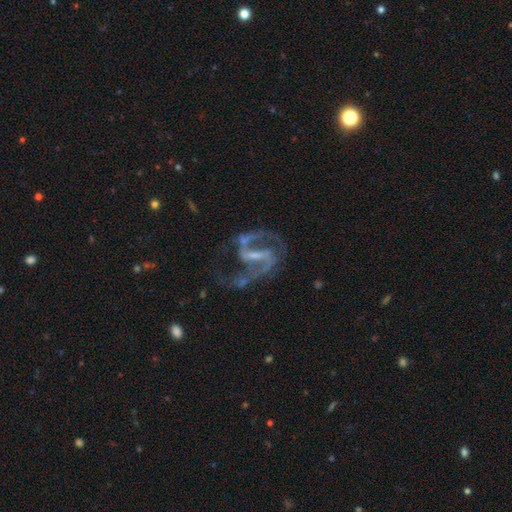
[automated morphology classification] Smooth or featured? Predicted: featured or disk (p=0.91). Edge-on disk? Predicted: no (p=0.97). Bar? Predicted: strong (p=0.59). Spiral arms? Predicted: yes (p=0.96). Spiral winding? Predicted: medium (p=0.58). Spiral arm count? Predicted: 2 (p=0.91). Bulge size? Predicted: small (p=0.53). Merging? Predicted: none (p=0.59).